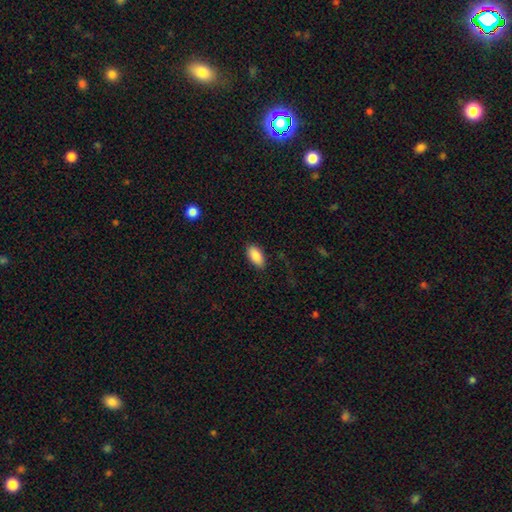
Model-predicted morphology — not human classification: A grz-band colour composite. It shows a smooth galaxy with no disk features (89%) that is in between round and cigar-shaped (93%). Merging: none (85%).